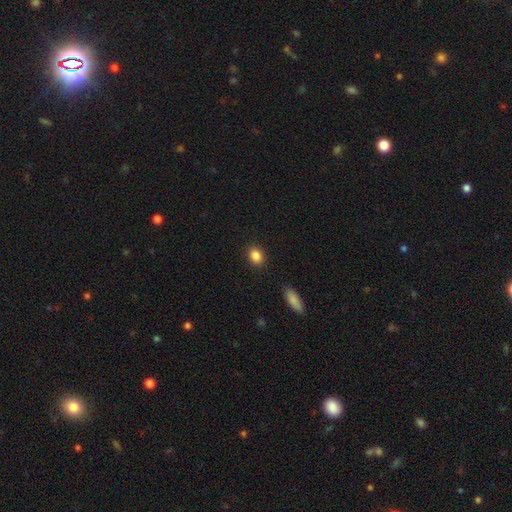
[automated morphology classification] A smooth galaxy with no disk features (86%) that is round (51%). Merging: none (90%).